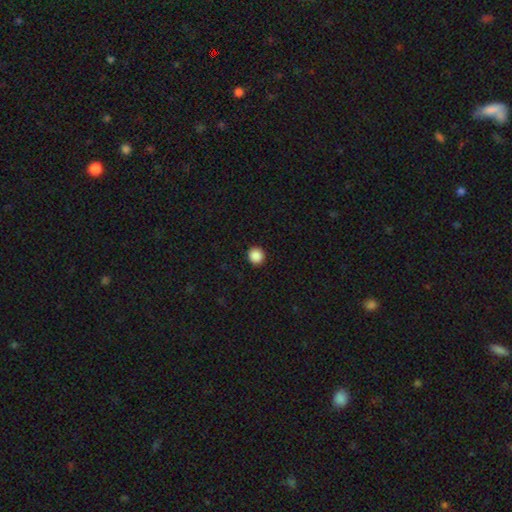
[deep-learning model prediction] Overall: smooth (88%). How rounded: round (95%). Merging: none (94%).